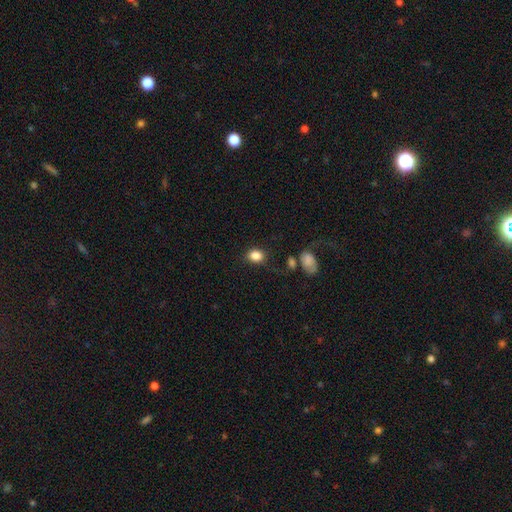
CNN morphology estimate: Overall: smooth (85%). How rounded: in between (59%; round 40%). Merging: none (73%).